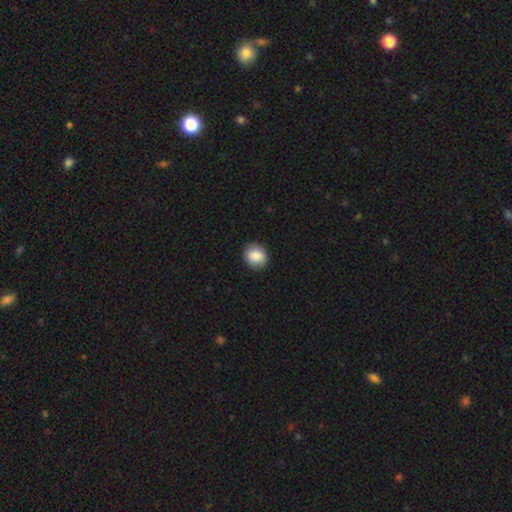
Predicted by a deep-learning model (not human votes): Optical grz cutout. It shows a smooth galaxy with no disk features (84%) that is round (80%). Merging: none (89%).